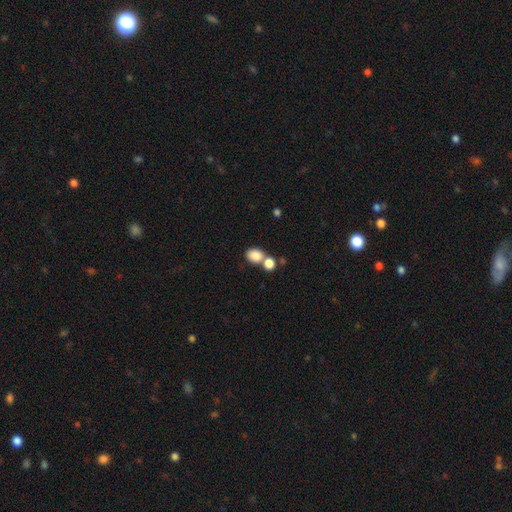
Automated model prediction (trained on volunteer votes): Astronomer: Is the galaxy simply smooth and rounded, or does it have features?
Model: smooth — 84%.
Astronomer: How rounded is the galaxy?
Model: in between — 50% (runner-up: round, 49%).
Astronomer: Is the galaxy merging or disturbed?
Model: none — 44% (runner-up: merger, 43%).